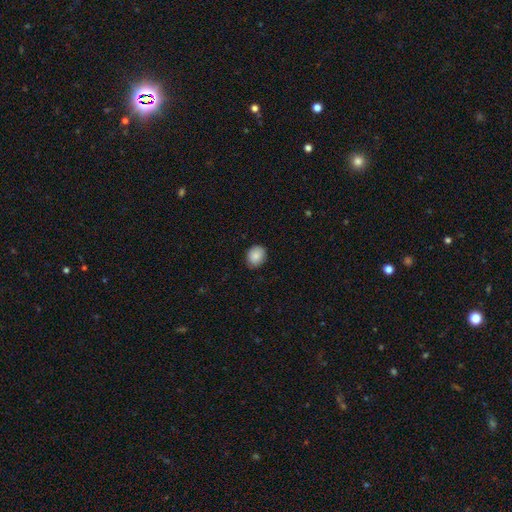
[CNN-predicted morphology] Q: Smooth or featured?
A: smooth (87%); runner-up: star or artifact (8%)
Q: How rounded?
A: round (61%); runner-up: in between (38%)
Q: Merging?
A: none (85%); runner-up: minor disturbance (12%)